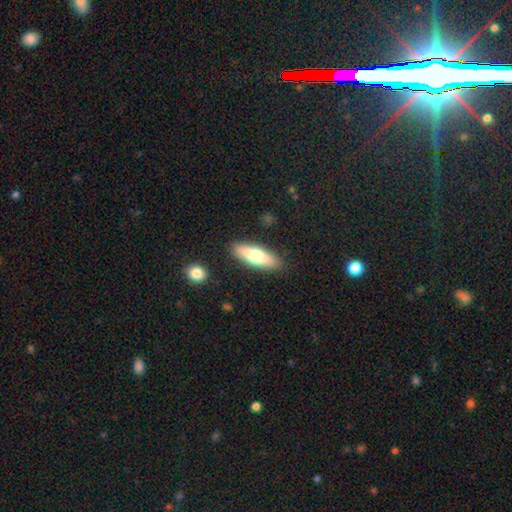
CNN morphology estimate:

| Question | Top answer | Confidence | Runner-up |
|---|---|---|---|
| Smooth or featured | smooth | 69% | featured or disk (25%) |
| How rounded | in between | 52% | cigar-shaped (46%) |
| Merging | none | 88% | minor disturbance (9%) |